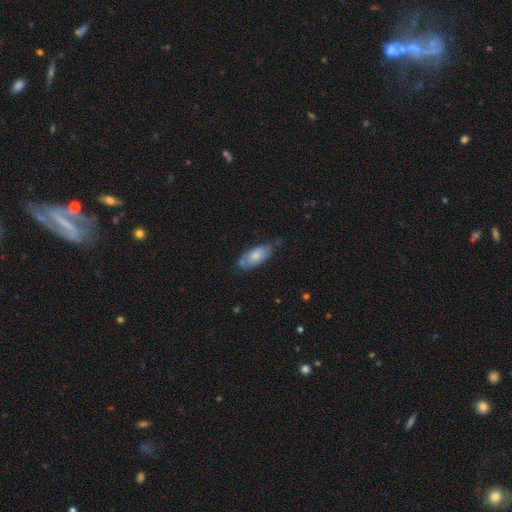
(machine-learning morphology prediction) This is likely a smooth galaxy (70%). How rounded: clearly in between (85%). Merging: possibly none (54%).